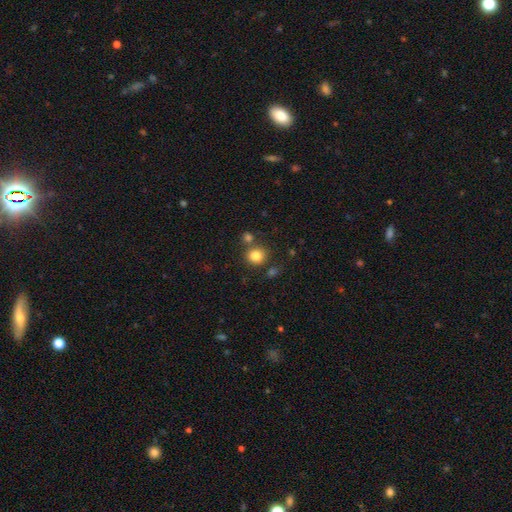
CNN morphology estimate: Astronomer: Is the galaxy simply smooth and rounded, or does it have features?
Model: smooth — 83%.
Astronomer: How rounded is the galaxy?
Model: round — 83%.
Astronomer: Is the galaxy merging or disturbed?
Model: none — 74%.